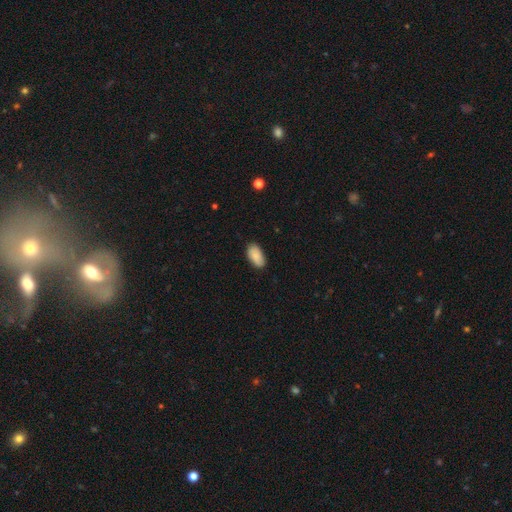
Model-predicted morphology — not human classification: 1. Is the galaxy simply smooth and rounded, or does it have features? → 86% smooth, 7% featured or disk, 7% star or artifact.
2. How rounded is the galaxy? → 94% in between, 3% round, 3% cigar-shaped.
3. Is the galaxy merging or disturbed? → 83% none, 13% minor disturbance, 2% major disturbance, 1% merger.